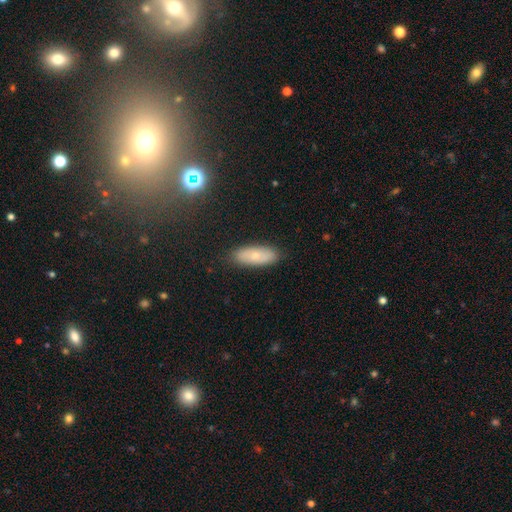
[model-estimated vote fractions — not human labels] The model was most divided on "smooth or featured": smooth: 68%, featured or disk: 24%, star or artifact: 8%. More confident: merging — none (86%); how rounded — in between (71%).